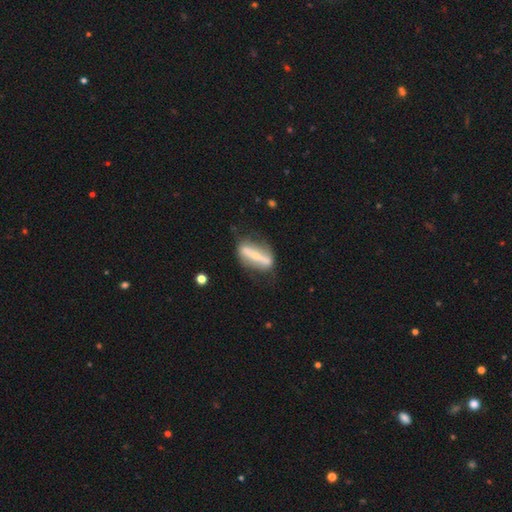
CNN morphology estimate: Smooth or featured? Predicted: featured or disk (p=0.69). Edge-on disk? Predicted: no (p=0.59). Merging? Predicted: none (p=0.70).